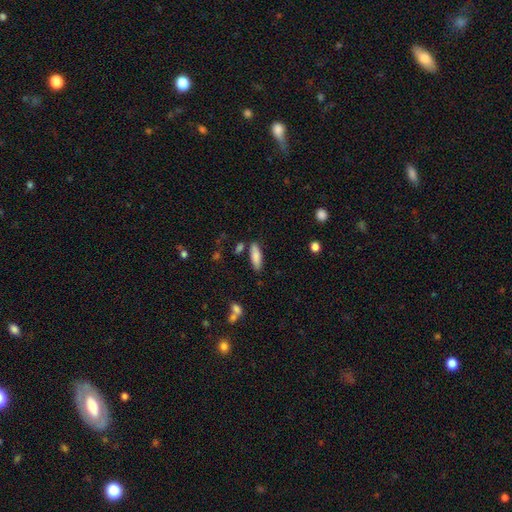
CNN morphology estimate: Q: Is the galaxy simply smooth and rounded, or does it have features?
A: smooth — 83%.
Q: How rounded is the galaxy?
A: in between — 51%.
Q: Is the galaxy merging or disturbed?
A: none — 79%.